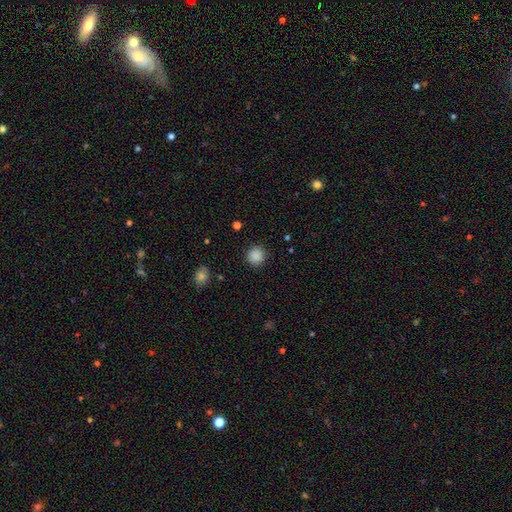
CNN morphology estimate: The model was most divided on "smooth or featured": smooth: 87%, star or artifact: 10%, featured or disk: 3%. More confident: how rounded — round (93%); merging — none (90%).